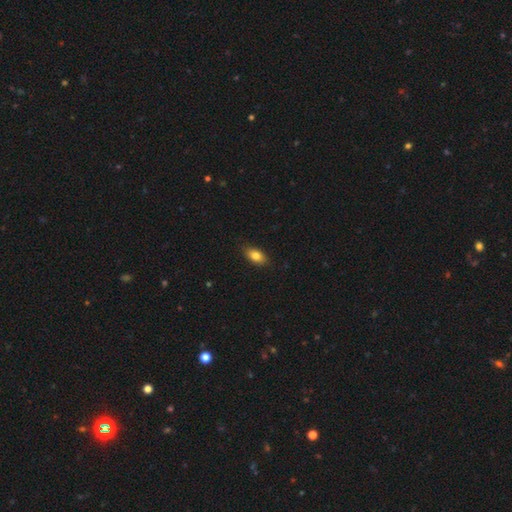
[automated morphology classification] Overall: smooth (82%). How rounded: in between (88%). Merging: none (86%).